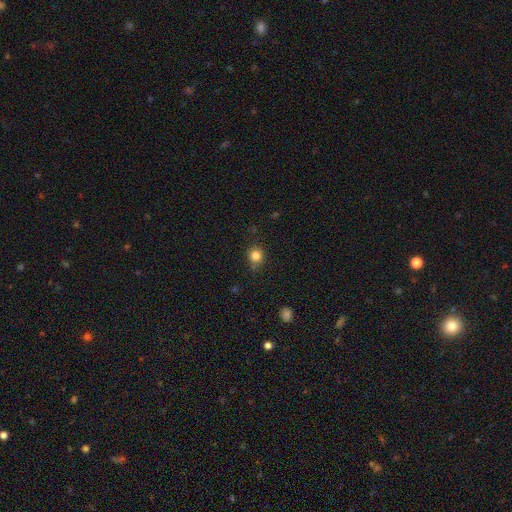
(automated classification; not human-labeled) A smooth galaxy with no disk features (83%) that is round (88%). Merging: none (79%).